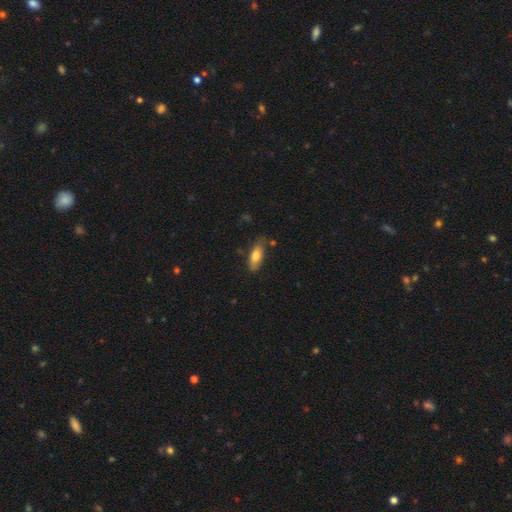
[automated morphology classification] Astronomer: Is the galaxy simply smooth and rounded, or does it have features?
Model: smooth — 76%.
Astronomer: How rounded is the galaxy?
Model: in between — 75%.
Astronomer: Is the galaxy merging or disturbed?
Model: none — 71%.